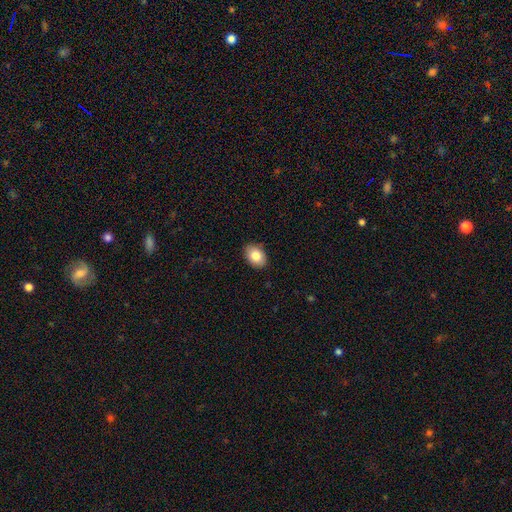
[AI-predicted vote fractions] The model was most divided on "how rounded": in between: 78%, round: 21%, cigar-shaped: 1%. More confident: merging — none (89%); smooth or featured — smooth (83%).